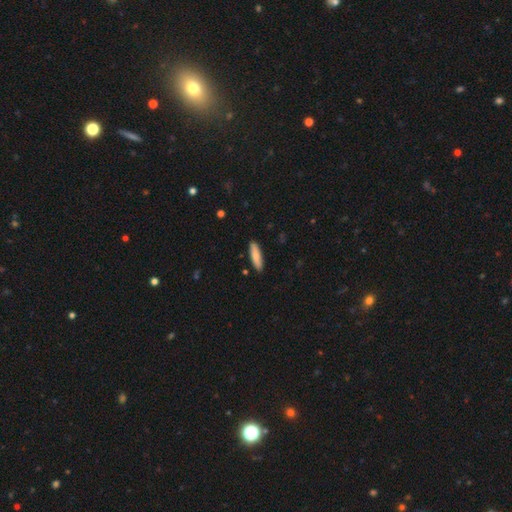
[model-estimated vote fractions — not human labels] Smooth or featured? smooth (82%)
How rounded? cigar-shaped (68%)
Merging? none (90%)